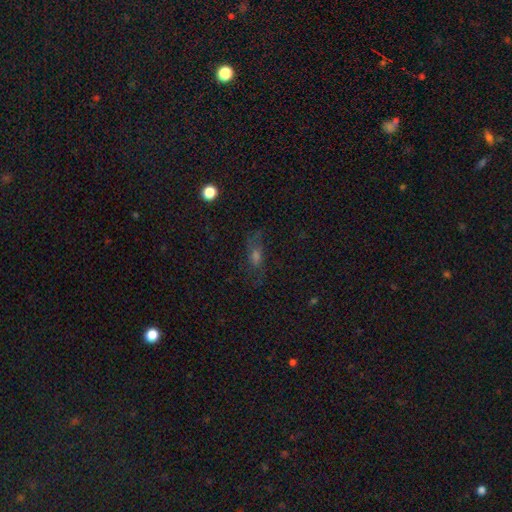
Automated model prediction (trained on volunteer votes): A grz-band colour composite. It shows a smooth galaxy with no disk features (38%). Merging: none (65%).